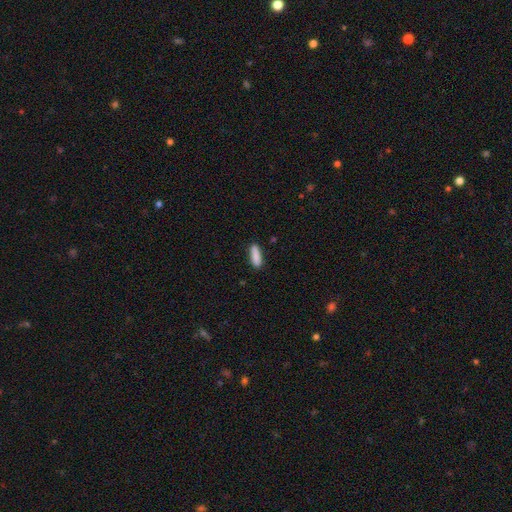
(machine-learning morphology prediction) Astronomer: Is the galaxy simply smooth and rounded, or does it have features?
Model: smooth — 87%.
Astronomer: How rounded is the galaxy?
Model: cigar-shaped — 61% (runner-up: in between, 37%).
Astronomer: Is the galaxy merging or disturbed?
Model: none — 84%.